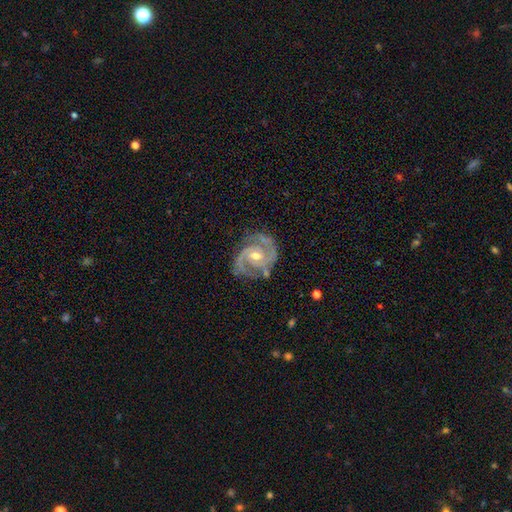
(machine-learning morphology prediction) A featured or disk galaxy (92%) with no bar (49%), 2 (73%) tight (49%) spiral arms (98%) and a moderate central bulge (58%).

Vote fractions:
- Smooth or featured? featured or disk: 92% / star or artifact: 5% / smooth: 4%
- Edge-on disk? no: 98% / yes: 2%
- Bar? no: 49% / weak: 38% / strong: 13%
- Spiral arms? yes: 98% / no: 2%
- Spiral winding? tight: 49% / medium: 44% / loose: 7%
- Spiral arm count? 2: 73% / 3: 15% / can't tell: 5% / 4: 3% / 1: 3% / more than 4: 2%
- Bulge size? moderate: 58% / small: 39% / large: 2% / none: 1% / dominant: 1%
- Merging? none: 73% / minor disturbance: 19% / major disturbance: 6% / merger: 2%